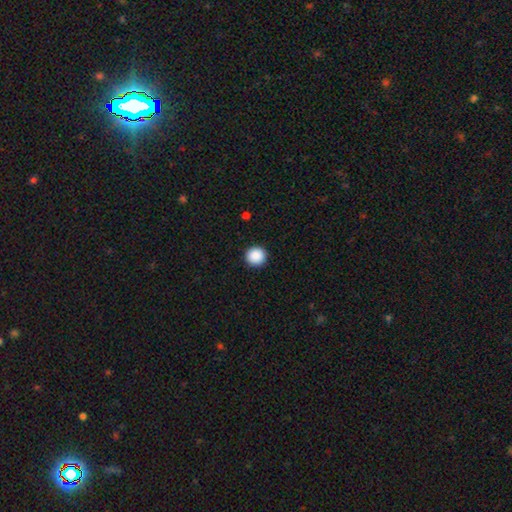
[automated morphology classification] Smooth or featured? smooth (89%)
How rounded? round (95%)
Merging? none (93%)